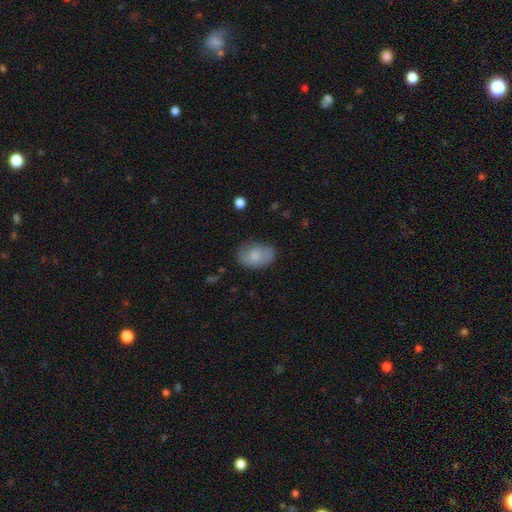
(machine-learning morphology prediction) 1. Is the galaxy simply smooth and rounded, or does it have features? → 74% smooth, 18% featured or disk, 7% star or artifact.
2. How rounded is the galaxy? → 85% in between, 13% round, 1% cigar-shaped.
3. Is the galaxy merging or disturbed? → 71% none, 21% minor disturbance, 6% major disturbance, 2% merger.